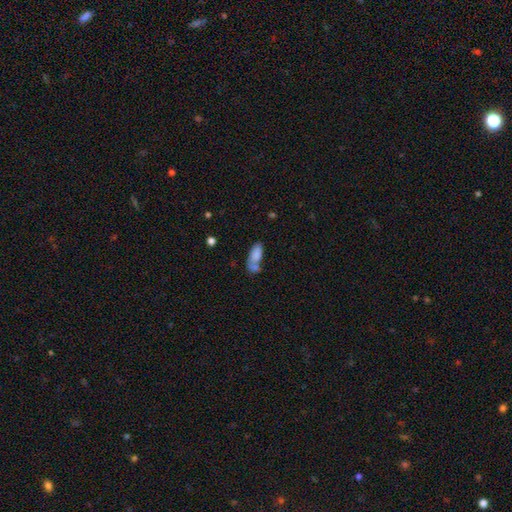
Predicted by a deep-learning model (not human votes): smooth_or_featured: smooth (p=0.79) [alt: featured or disk p=0.12]
how_rounded: in between (p=0.85) [alt: cigar-shaped p=0.12]
merging: merger (p=0.44) [alt: none p=0.33]